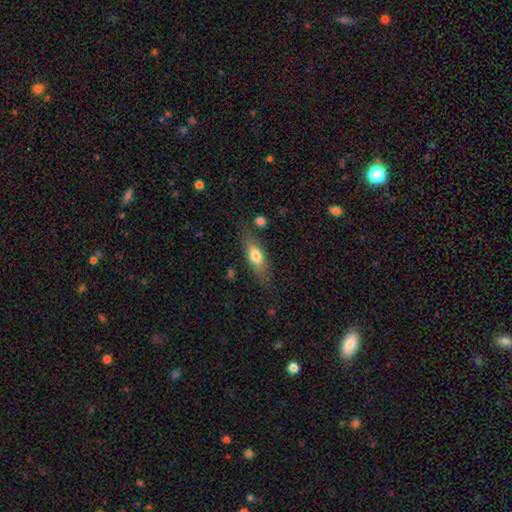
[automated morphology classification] Smooth or featured? smooth (65%)
How rounded? in between (53%)
Merging? none (73%)